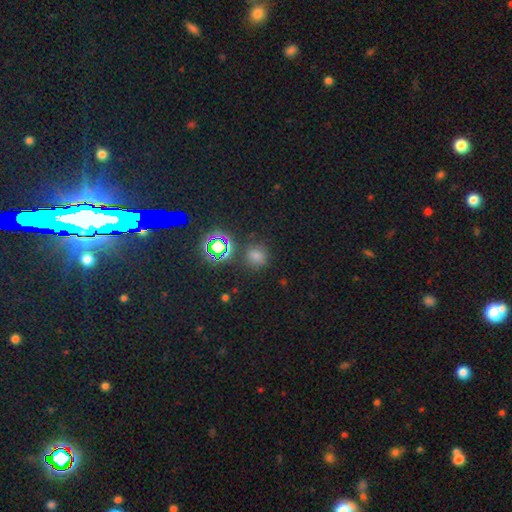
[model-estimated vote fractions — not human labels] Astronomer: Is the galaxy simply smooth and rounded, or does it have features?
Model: smooth — 62%.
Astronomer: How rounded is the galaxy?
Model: round — 77%.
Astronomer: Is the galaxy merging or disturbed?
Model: none — 79%.